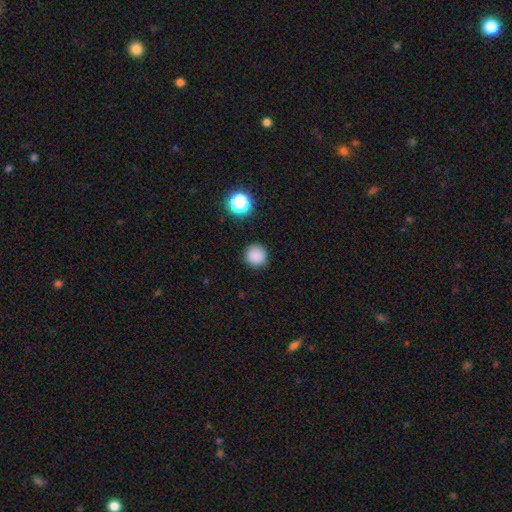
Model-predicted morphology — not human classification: A smooth galaxy with no disk features (85%) that is round (94%). Merging: none (90%).